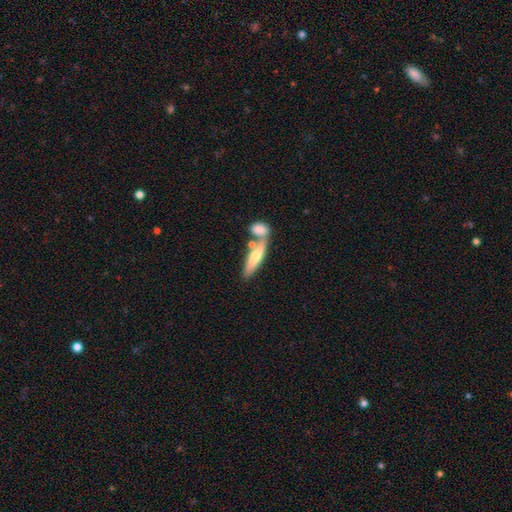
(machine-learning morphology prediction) Smooth or featured? Predicted: smooth (p=0.59). How rounded? Predicted: cigar-shaped (p=0.62). Merging? Predicted: merger (p=0.43).